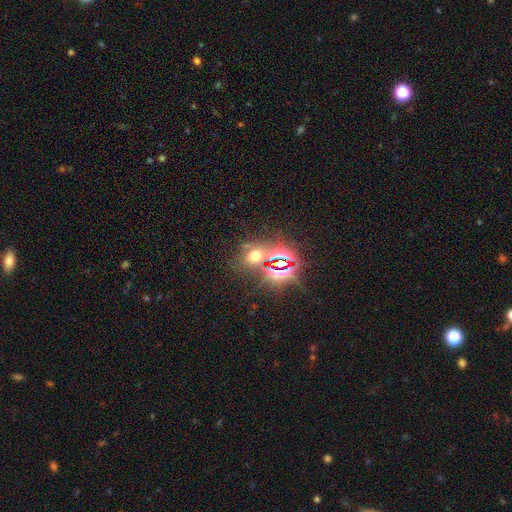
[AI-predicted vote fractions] Smooth or featured? Predicted: star or artifact (p=0.53).